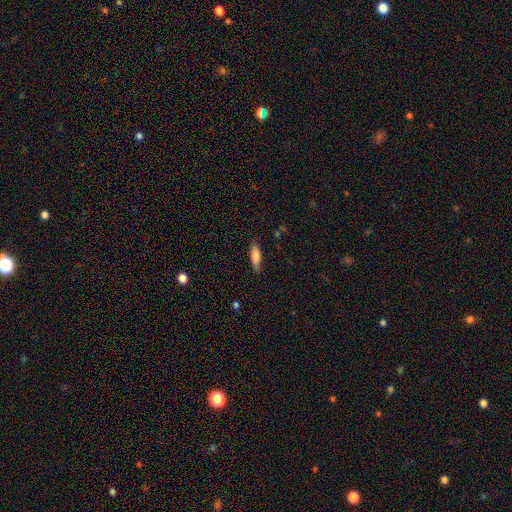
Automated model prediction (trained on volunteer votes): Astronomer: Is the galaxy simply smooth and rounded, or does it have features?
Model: smooth — 80%.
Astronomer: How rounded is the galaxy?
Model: in between — 53% (runner-up: cigar-shaped, 45%).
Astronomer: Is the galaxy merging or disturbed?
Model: none — 81%.